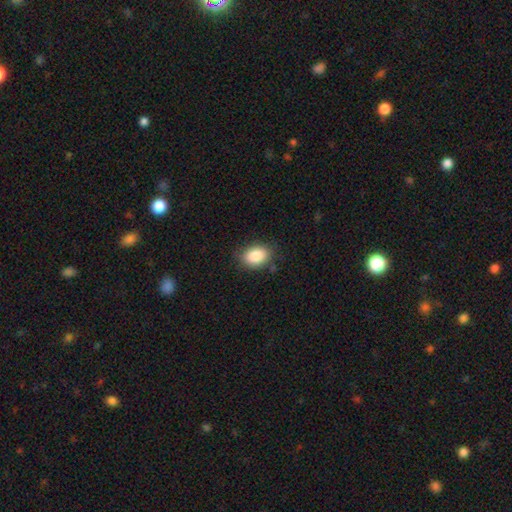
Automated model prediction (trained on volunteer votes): Smooth or featured: smooth — 86% (star or artifact — 8%)
How rounded: in between — 74% (round — 24%)
Merging: none — 81% (minor disturbance — 14%)